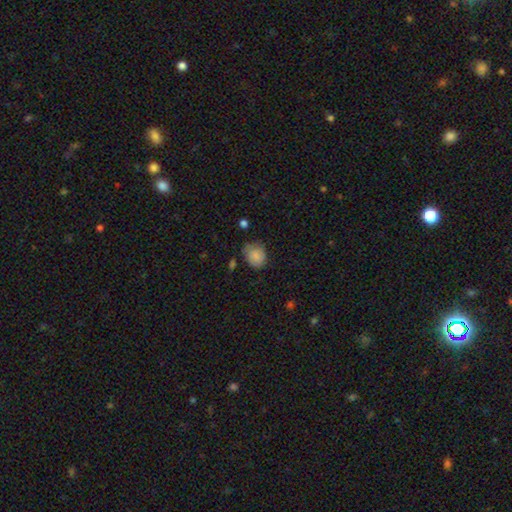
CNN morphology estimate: smooth-or-featured: smooth: 85% | star or artifact: 8% | featured or disk: 7%
  how-rounded: round: 57% | in between: 42% | cigar-shaped: 1%
  merging: none: 61% | minor disturbance: 29% | major disturbance: 7% | merger: 3%